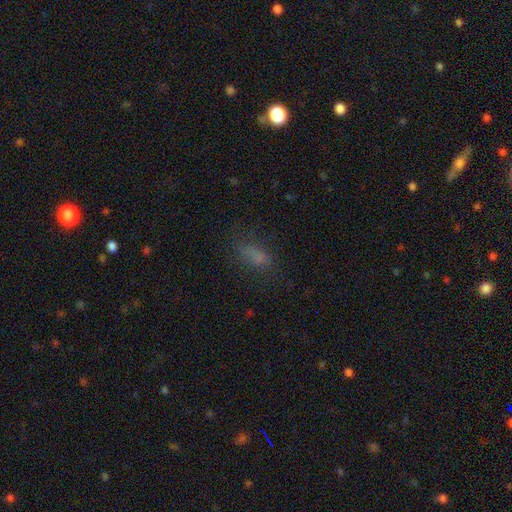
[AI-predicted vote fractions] smooth 70%, star or artifact 18%, featured or disk 13%. Down the decision tree: how rounded — in between (76%); merging — none (63%).